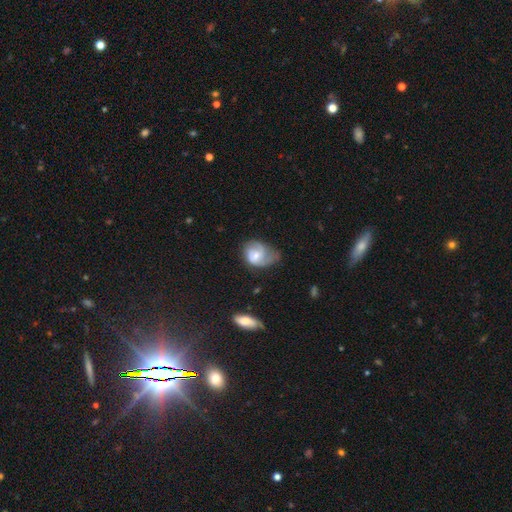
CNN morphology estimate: The model was most divided on "merging": minor disturbance: 37%, none: 33%, major disturbance: 27%, merger: 3%. More confident: edge-on disk — no (97%); spiral arms — yes (77%); bar — no (64%); smooth or featured — featured or disk (52%); bulge size — moderate (51%).